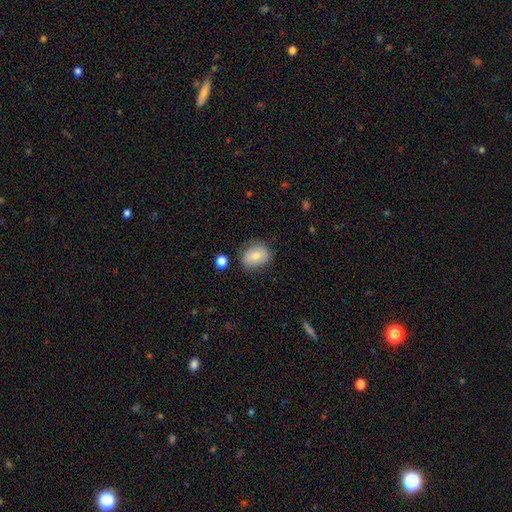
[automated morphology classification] Smooth or featured: smooth — 75% (featured or disk — 17%)
How rounded: in between — 56% (round — 43%)
Merging: none — 75% (minor disturbance — 18%)